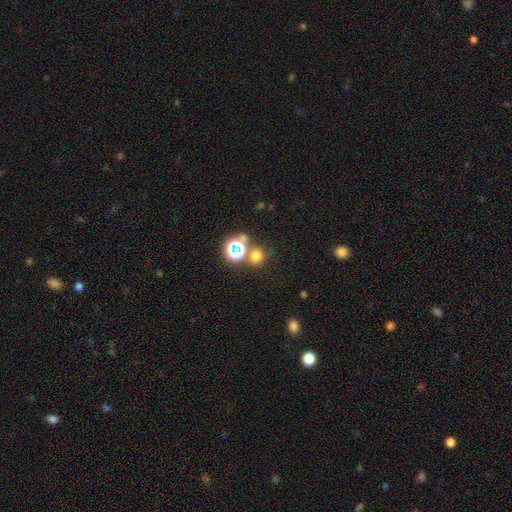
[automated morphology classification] Smooth or featured? smooth (64%)
How rounded? round (82%)
Merging? none (68%)